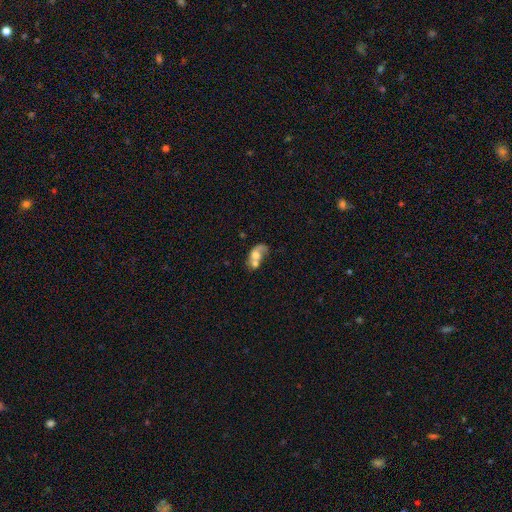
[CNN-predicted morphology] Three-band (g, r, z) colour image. It shows a smooth galaxy with no disk features (49%). Merging: merger (62%).